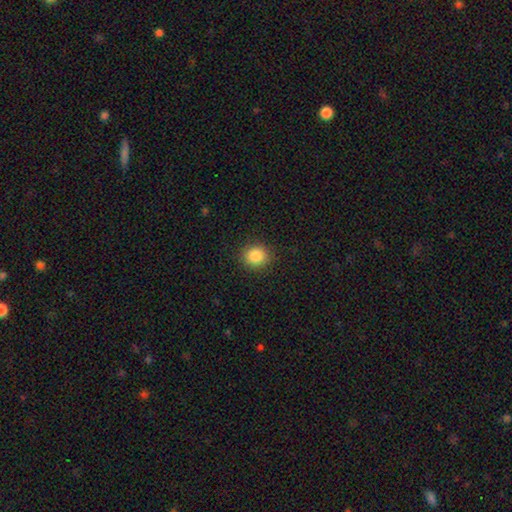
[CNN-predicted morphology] smooth_or_featured: smooth (p=0.86) [alt: star or artifact p=0.10]
how_rounded: round (p=0.79) [alt: in between p=0.20]
merging: none (p=0.89) [alt: minor disturbance p=0.07]